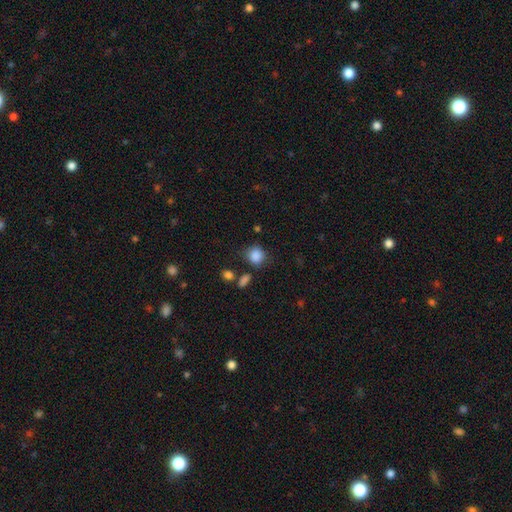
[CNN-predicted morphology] smooth-or-featured: smooth: 86% | star or artifact: 10% | featured or disk: 4%
  how-rounded: round: 77% | in between: 22% | cigar-shaped: 1%
  merging: none: 71% | minor disturbance: 17% | merger: 7% | major disturbance: 5%